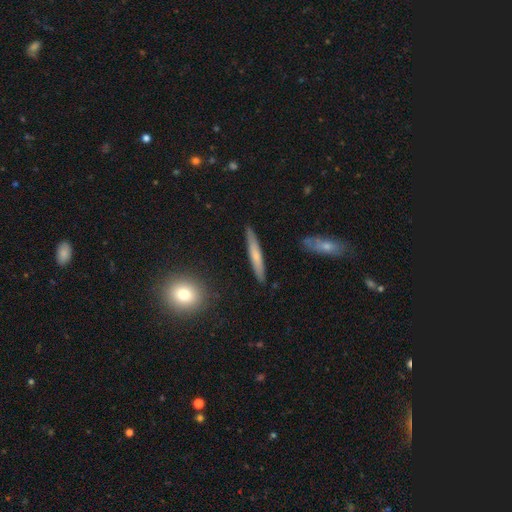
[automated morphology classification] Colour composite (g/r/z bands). It shows a smooth galaxy with no disk features (59%) that is cigar-shaped (92%). Merging: none (89%).